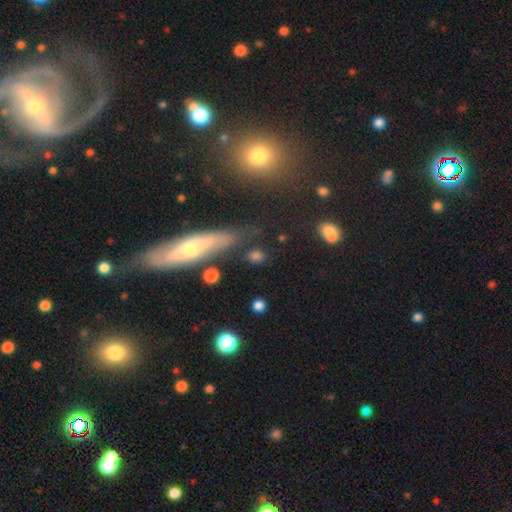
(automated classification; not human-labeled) This is likely a smooth galaxy (69%). How rounded: possibly round (52%). Merging: likely none (74%).